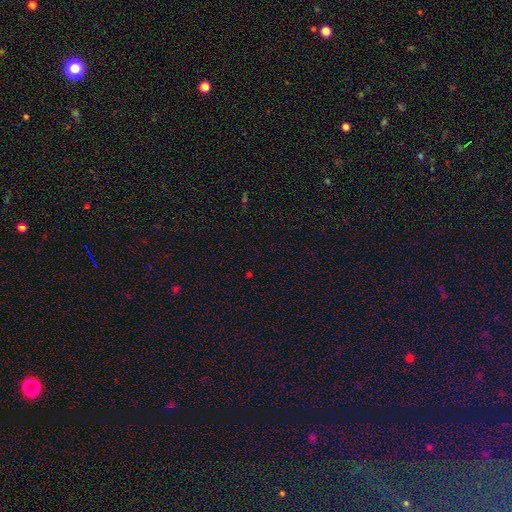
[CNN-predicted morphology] type=star or artifact (68%).